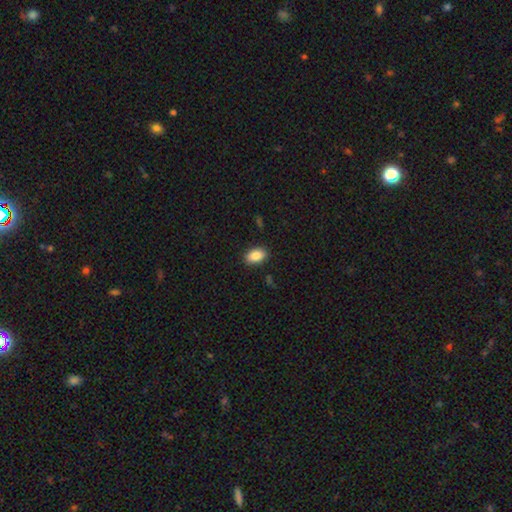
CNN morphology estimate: Q: Smooth or featured?
A: smooth (87%); runner-up: star or artifact (8%)
Q: How rounded?
A: in between (89%); runner-up: round (9%)
Q: Merging?
A: none (89%); runner-up: minor disturbance (8%)